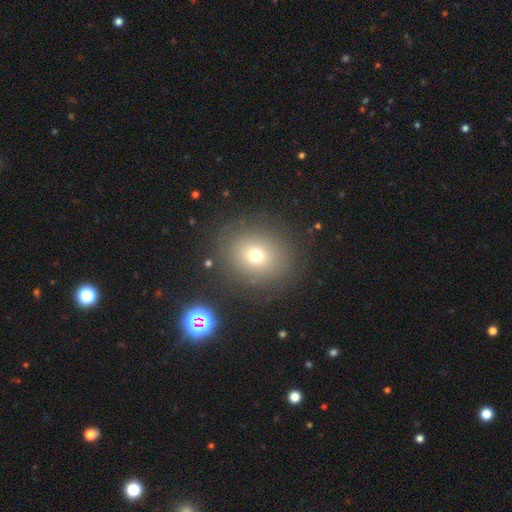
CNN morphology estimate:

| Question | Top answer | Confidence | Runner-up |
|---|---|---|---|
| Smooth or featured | smooth | 69% | star or artifact (17%) |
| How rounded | round | 71% | in between (28%) |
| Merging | none | 83% | minor disturbance (9%) |